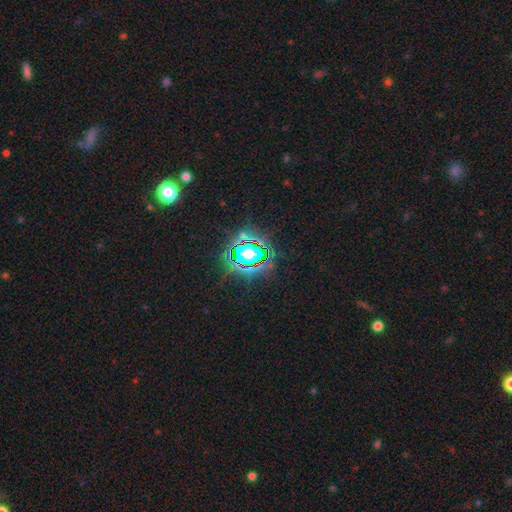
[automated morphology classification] Overall: star or artifact (81%).